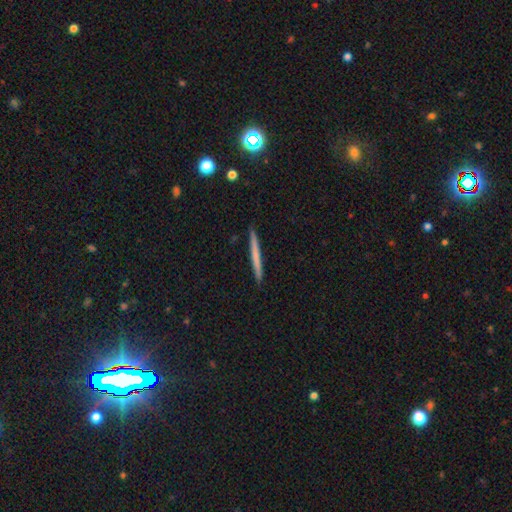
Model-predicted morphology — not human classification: smooth 59%, featured or disk 35%, star or artifact 6%. Down the decision tree: how rounded — cigar-shaped (97%); merging — none (92%).